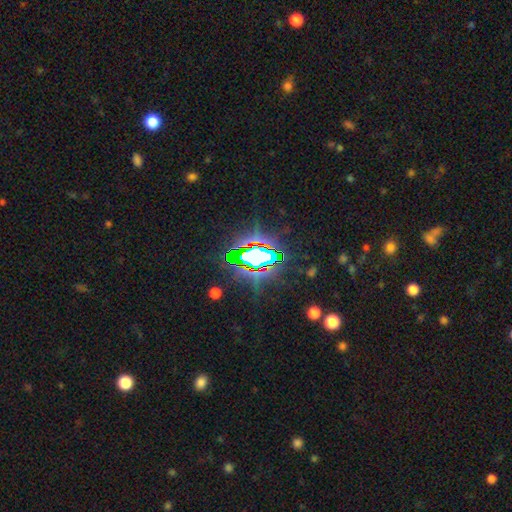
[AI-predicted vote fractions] Overall: star or artifact (71%).